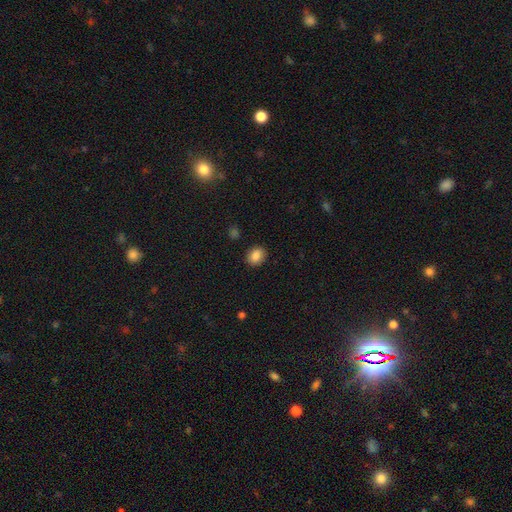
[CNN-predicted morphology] smooth-or-featured: smooth: 86% | star or artifact: 9% | featured or disk: 4%
  how-rounded: round: 56% | in between: 43% | cigar-shaped: 1%
  merging: none: 89% | minor disturbance: 7% | major disturbance: 2% | merger: 1%